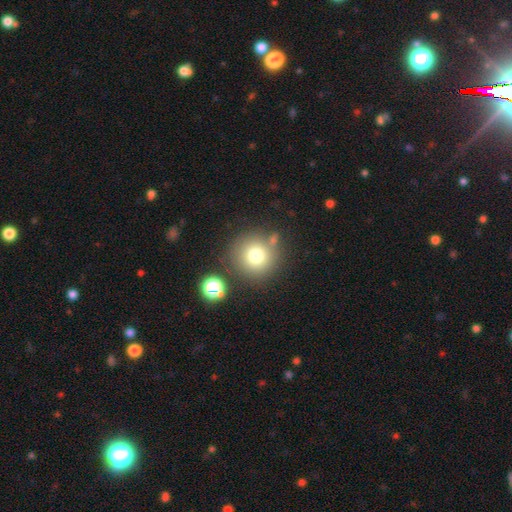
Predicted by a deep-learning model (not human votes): Overall: smooth (76%). How rounded: round (95%). Merging: none (77%).